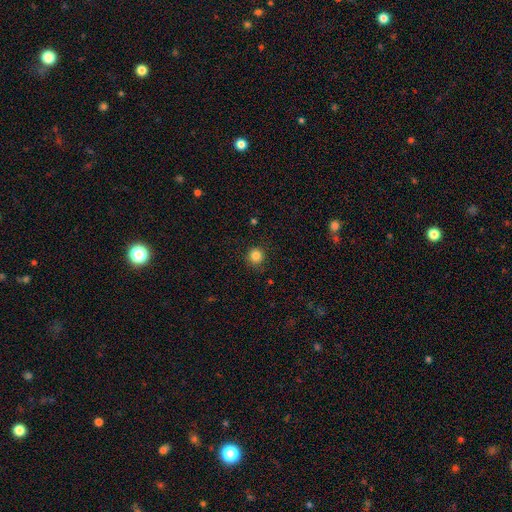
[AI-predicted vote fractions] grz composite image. It shows a smooth galaxy with no disk features (84%) that is round (93%). Merging: none (87%).